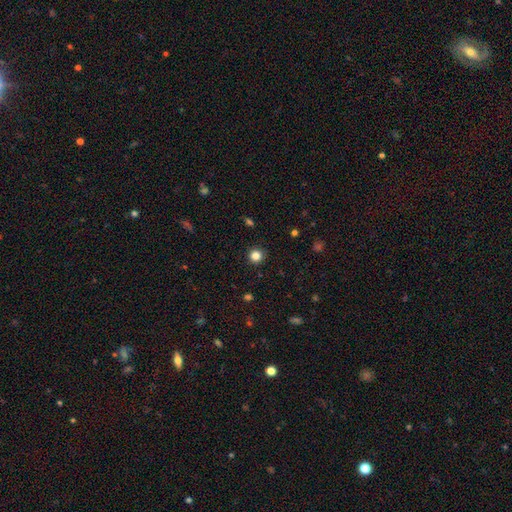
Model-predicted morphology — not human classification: Q: Smooth or featured?
A: smooth (84%); runner-up: star or artifact (12%)
Q: How rounded?
A: round (94%); runner-up: in between (5%)
Q: Merging?
A: none (92%); runner-up: minor disturbance (5%)